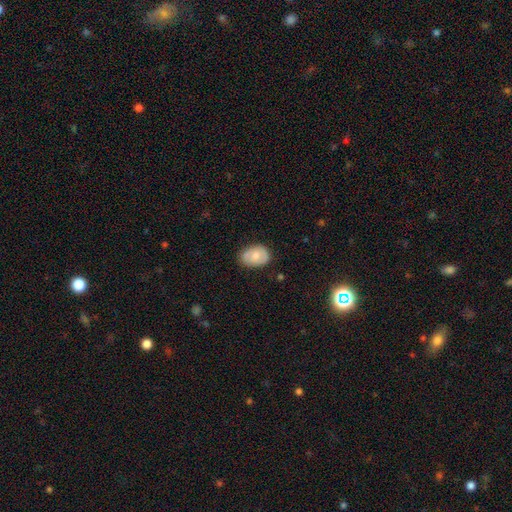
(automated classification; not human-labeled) Smooth or featured? smooth (71%)
How rounded? in between (80%)
Merging? none (72%)